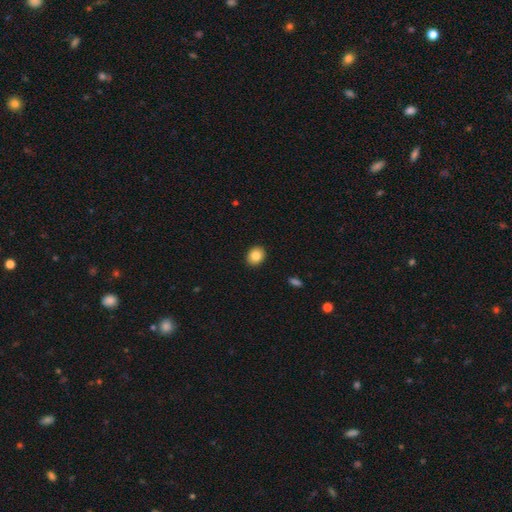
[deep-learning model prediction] A smooth galaxy with no disk features (85%) that is round (62%).

Vote fractions:
- Smooth or featured? smooth: 85% / star or artifact: 9% / featured or disk: 7%
- How rounded? round: 62% / in between: 37% / cigar-shaped: 1%
- Merging? none: 91% / minor disturbance: 6% / major disturbance: 2% / merger: 1%